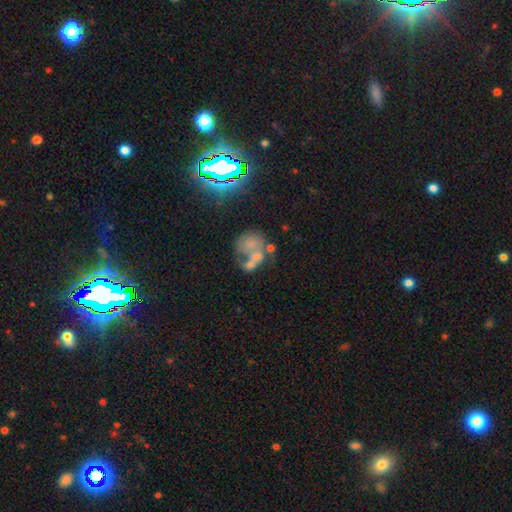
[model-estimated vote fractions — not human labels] This appears to be a featured or disk galaxy (36%). Merging: merger (47%).